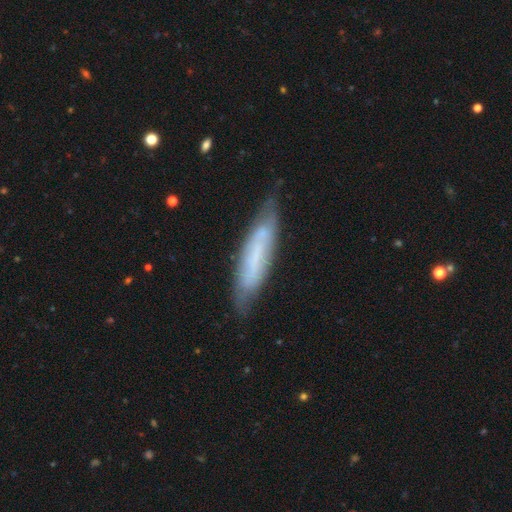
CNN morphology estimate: Smooth or featured? featured or disk (51%)
Edge-on disk? no (52%)
Merging? none (69%)